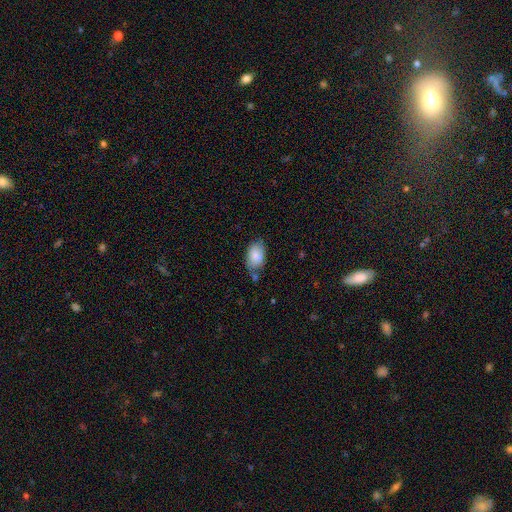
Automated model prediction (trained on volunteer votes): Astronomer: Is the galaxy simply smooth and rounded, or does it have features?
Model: smooth — 83%.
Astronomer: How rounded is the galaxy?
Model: in between — 89%.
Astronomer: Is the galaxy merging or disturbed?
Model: none — 63%.